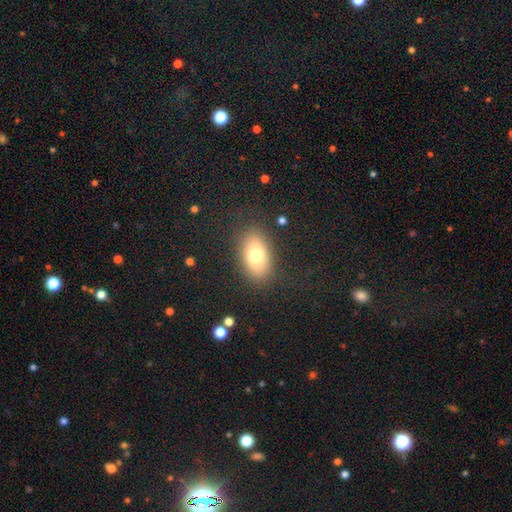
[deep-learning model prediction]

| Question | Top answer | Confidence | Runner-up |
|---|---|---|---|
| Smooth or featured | smooth | 74% | featured or disk (16%) |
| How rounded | in between | 88% | round (9%) |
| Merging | none | 84% | minor disturbance (10%) |